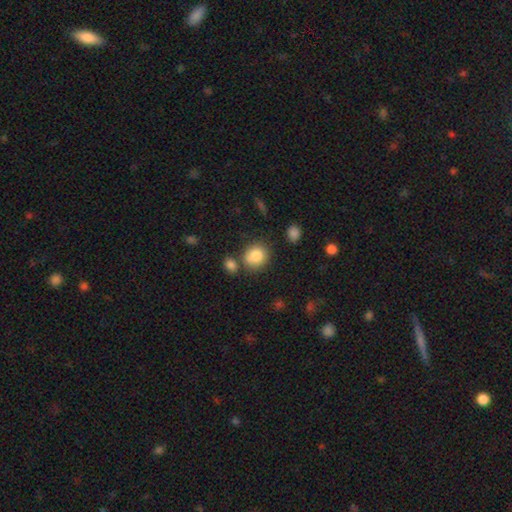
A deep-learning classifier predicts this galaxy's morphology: smooth_or_featured: smooth (p=0.84) [alt: star or artifact p=0.09]
how_rounded: round (p=0.72) [alt: in between p=0.27]
merging: none (p=0.71) [alt: minor disturbance p=0.13]